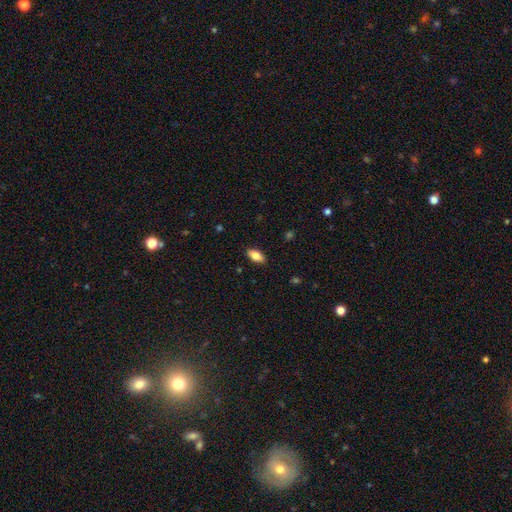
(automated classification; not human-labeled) A smooth galaxy with no disk features (82%) that is in between round and cigar-shaped (89%).

Vote fractions:
- Smooth or featured? smooth: 82% / featured or disk: 10% / star or artifact: 7%
- How rounded? in between: 89% / cigar-shaped: 8% / round: 3%
- Merging? none: 89% / minor disturbance: 8% / major disturbance: 2% / merger: 1%